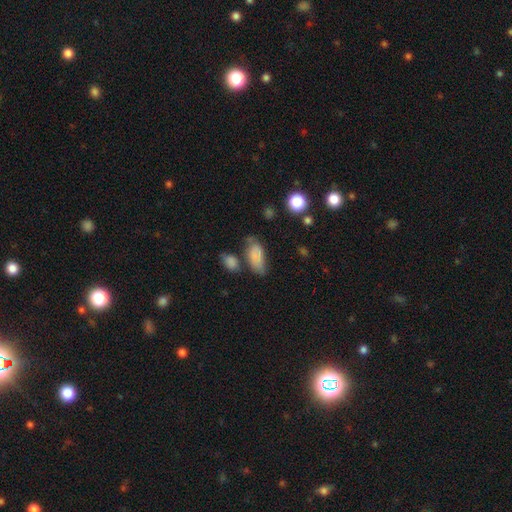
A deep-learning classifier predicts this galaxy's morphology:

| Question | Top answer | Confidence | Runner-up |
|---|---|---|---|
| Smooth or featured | smooth | 80% | featured or disk (11%) |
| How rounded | in between | 88% | cigar-shaped (7%) |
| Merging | none | 48% | minor disturbance (27%) |